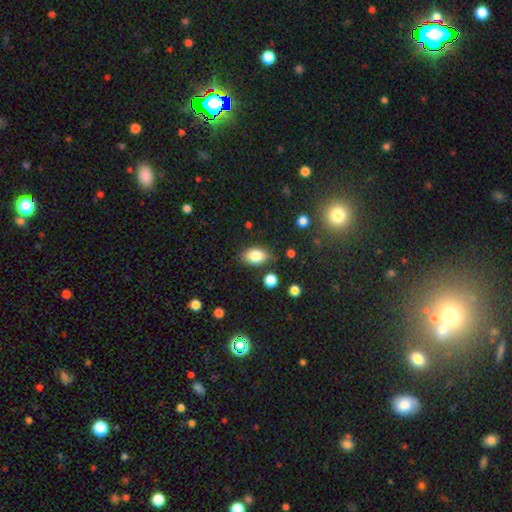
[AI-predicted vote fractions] The model was most divided on "merging": none: 81%, minor disturbance: 13%, major disturbance: 3%, merger: 3%. More confident: how rounded — in between (87%); smooth or featured — smooth (82%).